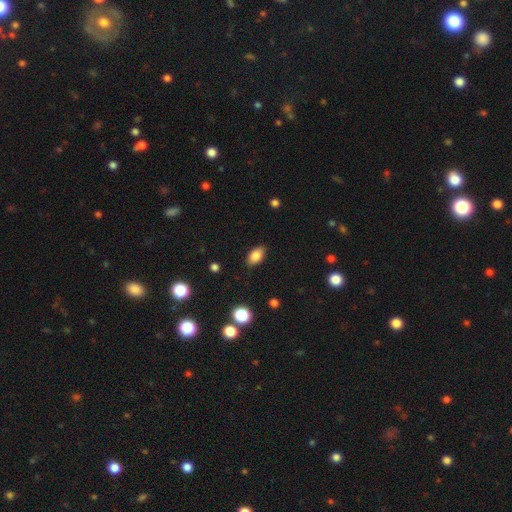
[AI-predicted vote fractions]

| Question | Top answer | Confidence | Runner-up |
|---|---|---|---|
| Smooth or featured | smooth | 83% | star or artifact (9%) |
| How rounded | in between | 91% | round (6%) |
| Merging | none | 86% | minor disturbance (10%) |